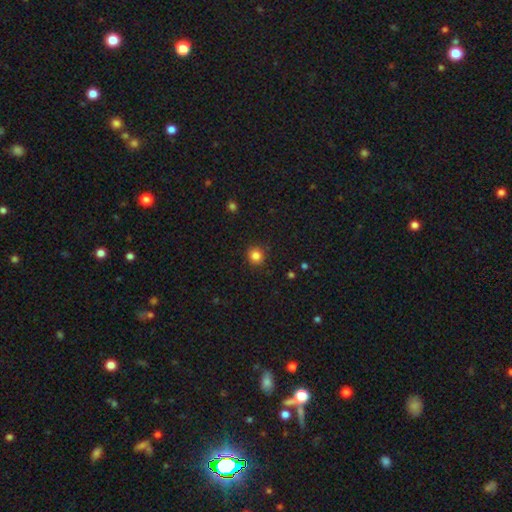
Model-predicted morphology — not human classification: Overall: smooth (85%). How rounded: round (91%). Merging: none (90%).